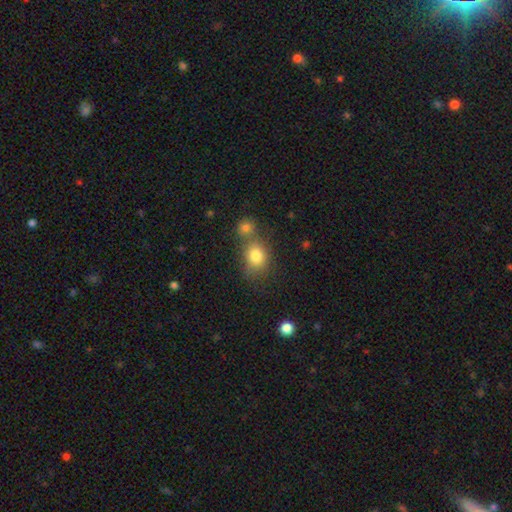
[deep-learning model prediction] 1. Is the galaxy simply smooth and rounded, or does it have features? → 80% smooth, 11% star or artifact, 9% featured or disk.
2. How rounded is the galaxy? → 53% round, 45% in between, 1% cigar-shaped.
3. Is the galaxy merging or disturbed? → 47% none, 36% merger, 13% minor disturbance, 5% major disturbance.